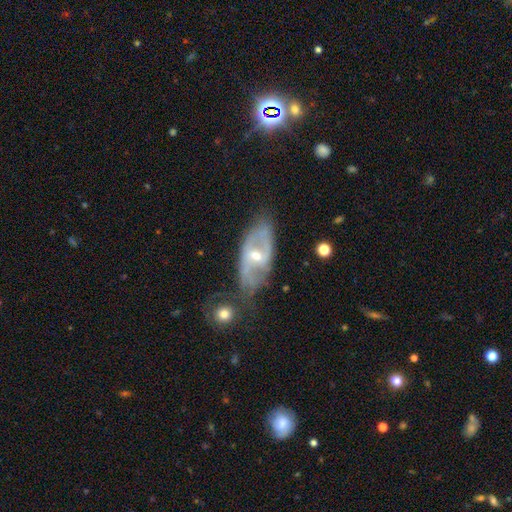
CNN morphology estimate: This appears to be a featured or disk galaxy (78%) with a weak bar (47%), 2 (72%) medium (43%) spiral arms (80%) and a moderate central bulge (53%). Merging: none (66%).